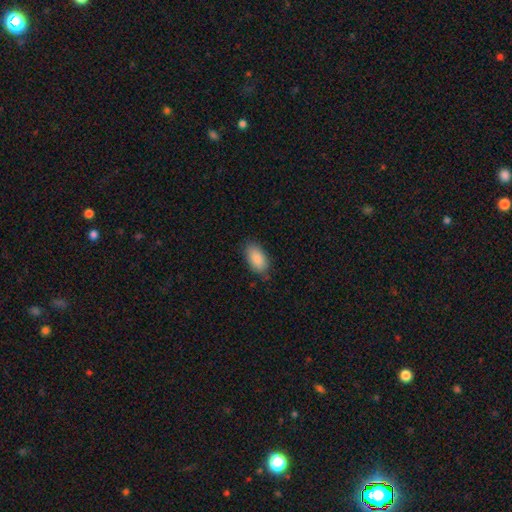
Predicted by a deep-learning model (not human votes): The model was most divided on "merging": none: 79%, minor disturbance: 16%, major disturbance: 3%, merger: 1%. More confident: how rounded — in between (94%); smooth or featured — smooth (89%).